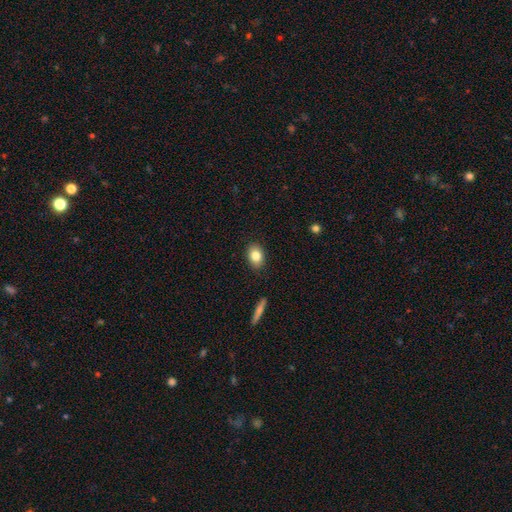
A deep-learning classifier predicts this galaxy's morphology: Overall: smooth (82%). How rounded: in between (75%). Merging: none (88%).